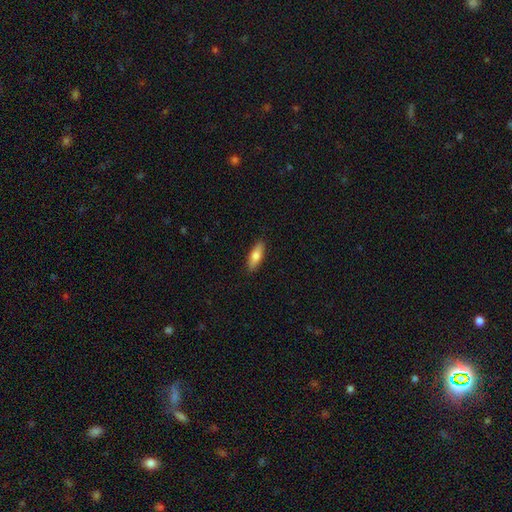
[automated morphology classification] This is likely a smooth galaxy (76%). How rounded: possibly in between (59%). Merging: clearly none (89%).